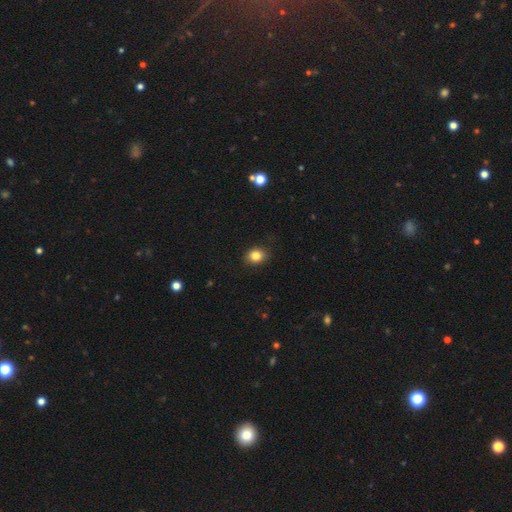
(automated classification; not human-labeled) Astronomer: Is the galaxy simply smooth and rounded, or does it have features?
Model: smooth — 84%.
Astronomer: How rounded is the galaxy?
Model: round — 51% (runner-up: in between, 48%).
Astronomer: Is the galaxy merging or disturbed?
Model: none — 86%.